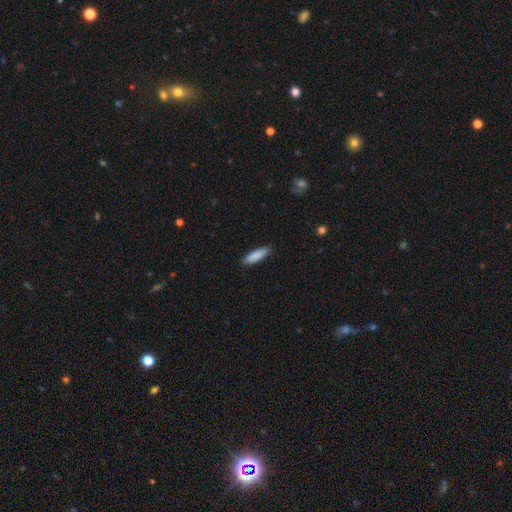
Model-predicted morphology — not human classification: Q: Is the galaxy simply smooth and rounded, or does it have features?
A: smooth — 88%.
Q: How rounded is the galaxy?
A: cigar-shaped — 68%.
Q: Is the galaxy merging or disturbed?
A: none — 88%.